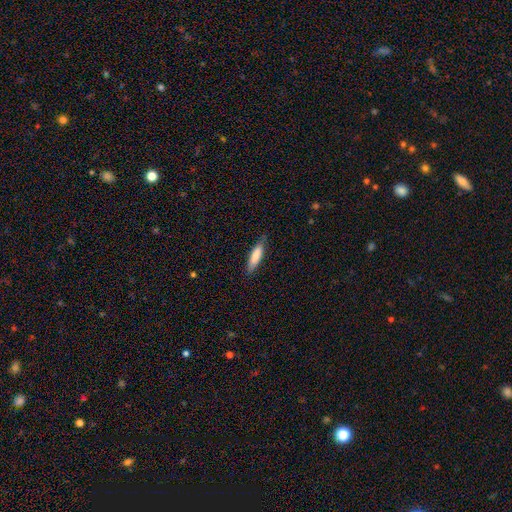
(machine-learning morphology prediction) Overall: smooth (79%). How rounded: cigar-shaped (73%). Merging: none (81%).